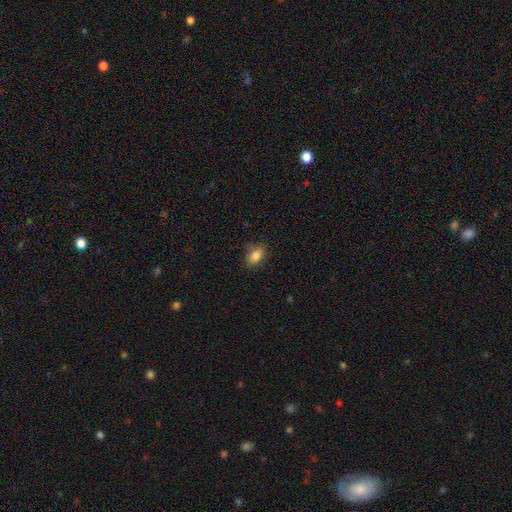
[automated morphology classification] smooth_or_featured: smooth (p=0.82) [alt: star or artifact p=0.10]
how_rounded: in between (p=0.83) [alt: round p=0.15]
merging: none (p=0.76) [alt: minor disturbance p=0.19]